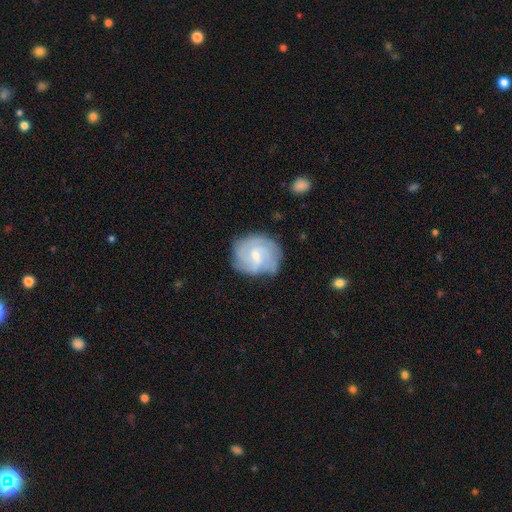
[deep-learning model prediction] This is likely a featured or disk galaxy (70%). It is clearly not viewed edge-on (98%). Bar: possibly weak (54%). Spiral arm pattern: clearly yes (90%). Spiral arm count: marginally can't tell (32%). Spiral winding: possibly tight (51%). Central bulge: possibly small (57%). Merging: likely none (69%).